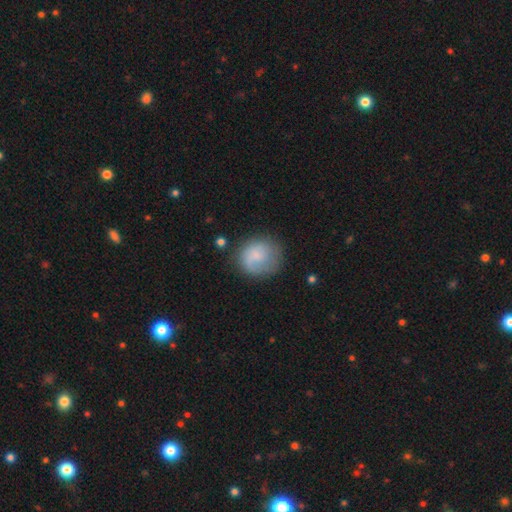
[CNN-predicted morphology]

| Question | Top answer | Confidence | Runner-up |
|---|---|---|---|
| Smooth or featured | smooth | 71% | featured or disk (21%) |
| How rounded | round | 81% | in between (18%) |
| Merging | none | 62% | minor disturbance (22%) |